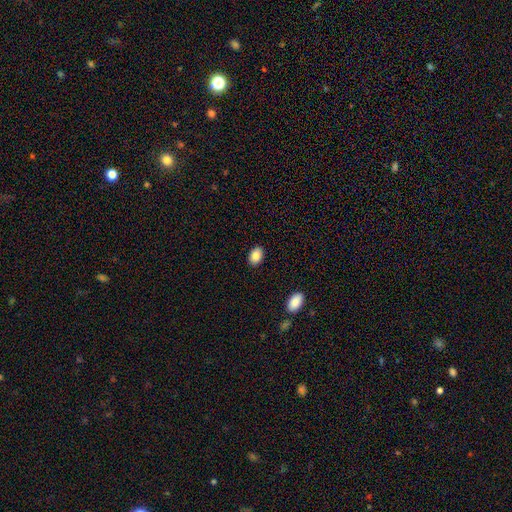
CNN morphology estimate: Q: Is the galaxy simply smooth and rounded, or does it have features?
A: smooth — 86%.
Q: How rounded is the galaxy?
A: in between — 84%.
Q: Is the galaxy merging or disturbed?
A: none — 89%.